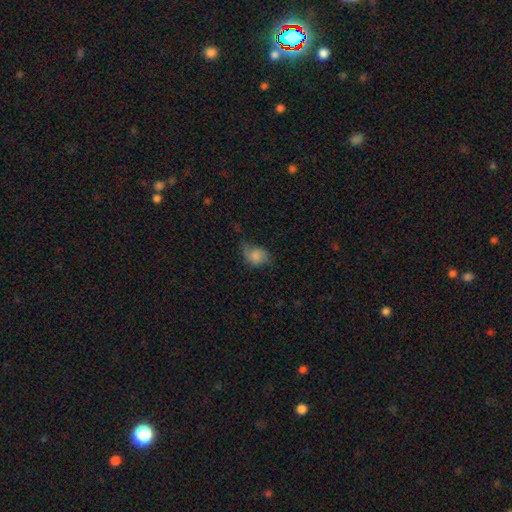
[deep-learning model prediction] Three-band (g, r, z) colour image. It shows a smooth galaxy with no disk features (76%) that is in between round and cigar-shaped (72%). Merging: none (44%).